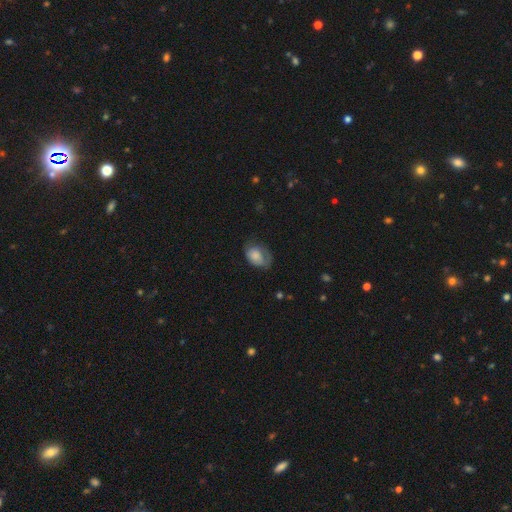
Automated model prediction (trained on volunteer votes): This appears to be a smooth galaxy with no disk features (69%) that is in between round and cigar-shaped (78%). Merging: none (44%).